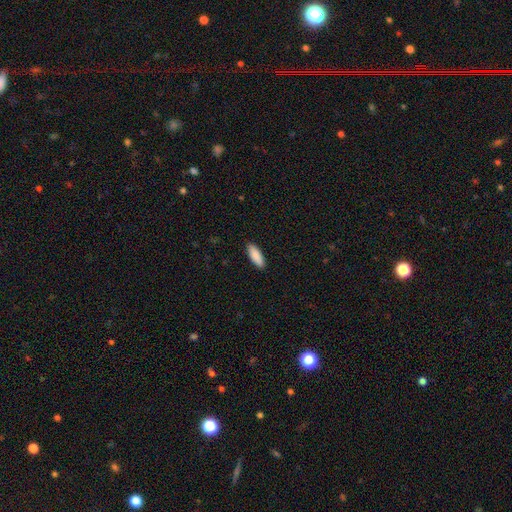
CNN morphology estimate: Smooth or featured?
  - smooth: 90% *
  - star or artifact: 5%
  - featured or disk: 4%
How rounded?
  - in between: 66% *
  - cigar-shaped: 33%
  - round: 2%
Merging?
  - none: 91% *
  - minor disturbance: 7%
  - major disturbance: 2%
  - merger: 1%